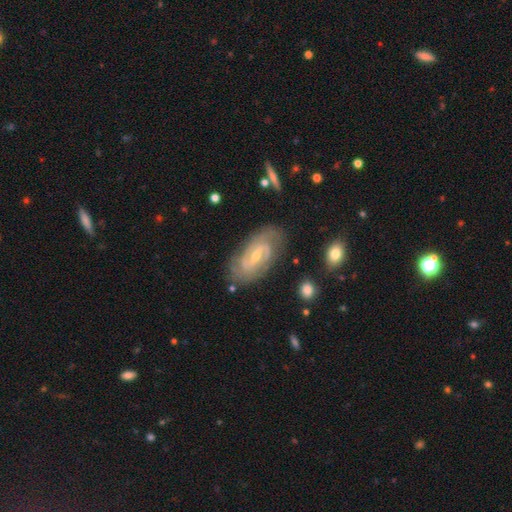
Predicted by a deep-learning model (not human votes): This appears to be a featured or disk galaxy (87%) with a weak bar (49%), 2 (69%) tight (52%) spiral arms (96%) and a small central bulge (62%). Merging: none (78%).